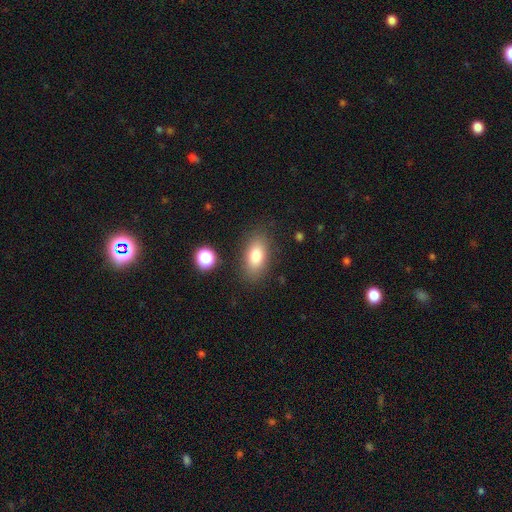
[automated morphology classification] Smooth or featured?
  - smooth: 80% *
  - featured or disk: 12%
  - star or artifact: 9%
How rounded?
  - in between: 88% *
  - round: 6%
  - cigar-shaped: 6%
Merging?
  - none: 83% *
  - minor disturbance: 11%
  - major disturbance: 4%
  - merger: 2%